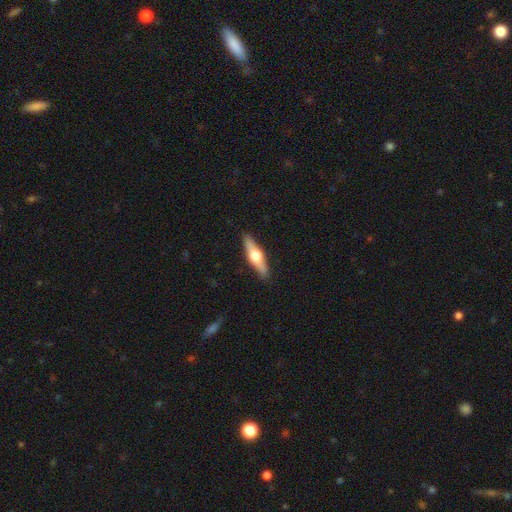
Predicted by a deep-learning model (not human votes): Morphology: type=featured or disk (55%); edge-on=yes (94%); edge-on bulge=rounded (94%); merging=none (89%).